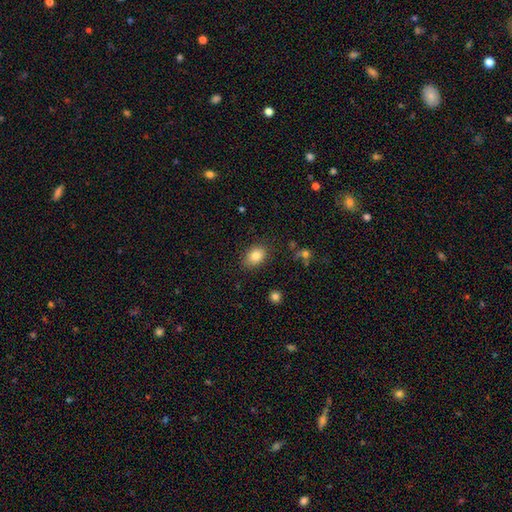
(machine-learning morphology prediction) Q: Smooth or featured?
A: smooth (83%); runner-up: star or artifact (9%)
Q: How rounded?
A: in between (76%); runner-up: round (23%)
Q: Merging?
A: none (84%); runner-up: minor disturbance (12%)